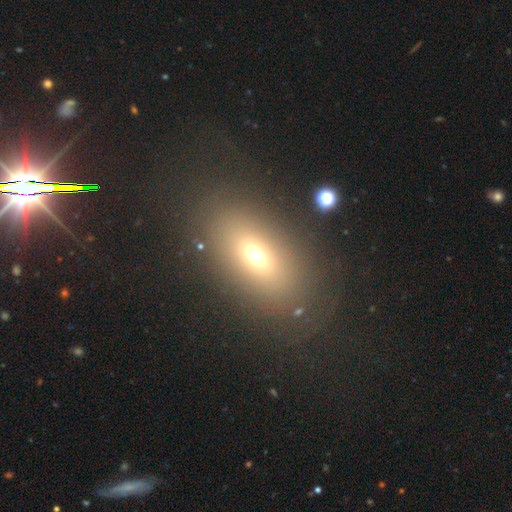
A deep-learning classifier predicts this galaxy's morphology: This is likely a smooth galaxy (64%). How rounded: clearly in between (81%). Merging: clearly none (80%).